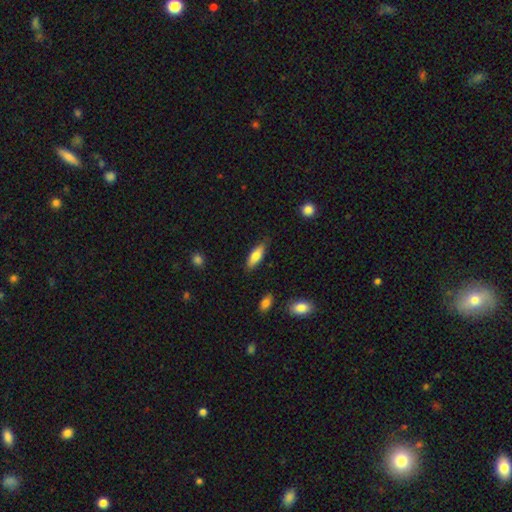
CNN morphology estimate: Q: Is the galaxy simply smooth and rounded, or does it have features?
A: smooth — 75%.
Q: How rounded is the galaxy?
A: in between — 63%.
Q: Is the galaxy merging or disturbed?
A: none — 80%.